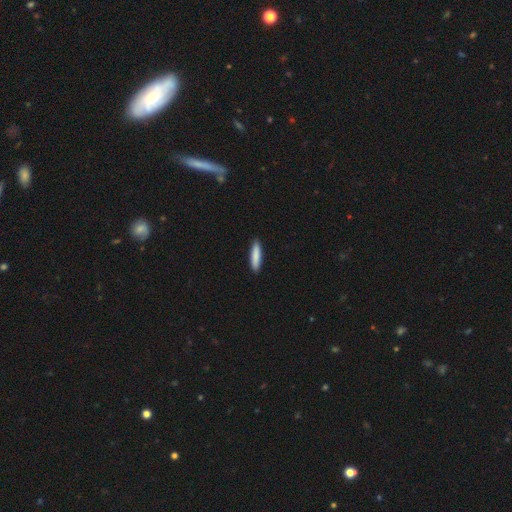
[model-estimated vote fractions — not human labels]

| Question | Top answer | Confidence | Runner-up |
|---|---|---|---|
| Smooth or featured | smooth | 86% | featured or disk (8%) |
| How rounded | cigar-shaped | 84% | in between (14%) |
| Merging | none | 91% | minor disturbance (6%) |